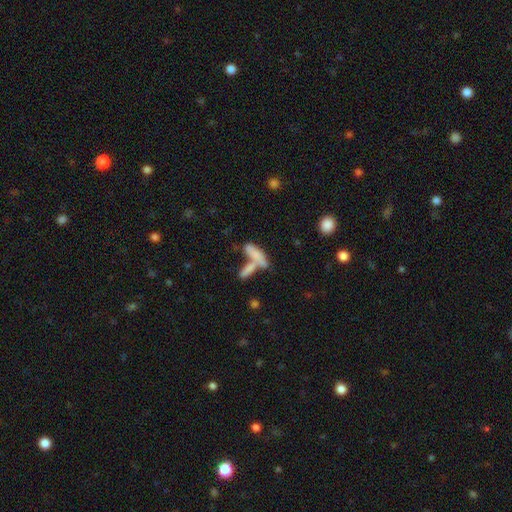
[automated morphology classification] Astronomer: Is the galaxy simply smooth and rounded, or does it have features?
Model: smooth — 73%.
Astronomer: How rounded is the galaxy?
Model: cigar-shaped — 51% (runner-up: in between, 46%).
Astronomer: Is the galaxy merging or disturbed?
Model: merger — 53% (runner-up: none, 31%).